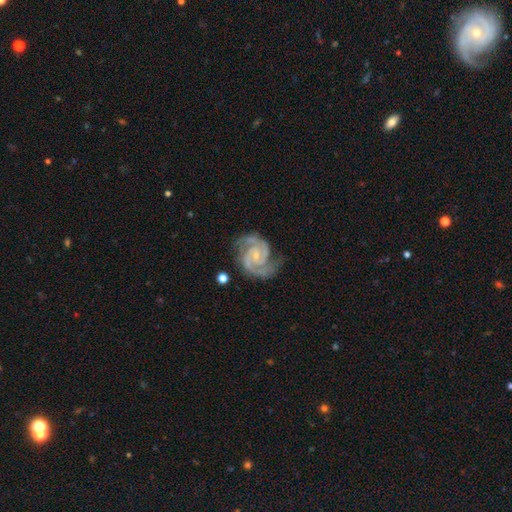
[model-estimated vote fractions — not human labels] The model was most divided on "spiral winding": tight: 55%, medium: 41%, loose: 4%. More confident: spiral arms — yes (99%); edge-on disk — no (98%); smooth or featured — featured or disk (93%); spiral arm count — 2 (80%); bulge size — small (75%); merging — none (74%); bar — no (57%).